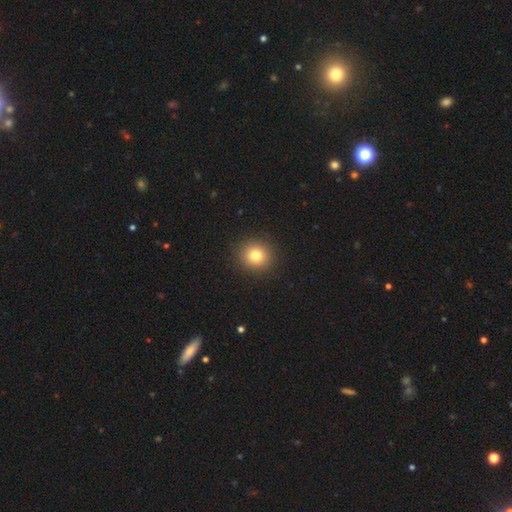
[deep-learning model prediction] Q: Smooth or featured?
A: smooth (80%); runner-up: star or artifact (12%)
Q: How rounded?
A: round (91%); runner-up: in between (8%)
Q: Merging?
A: none (92%); runner-up: minor disturbance (5%)